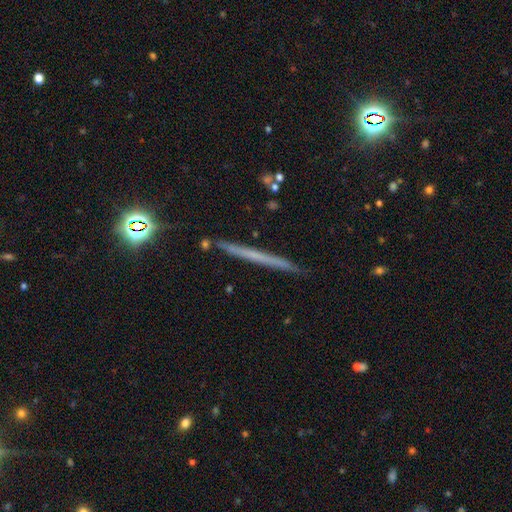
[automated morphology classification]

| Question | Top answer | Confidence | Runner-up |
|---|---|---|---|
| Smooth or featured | featured or disk | 53% | smooth (36%) |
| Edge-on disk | yes | 97% | no (3%) |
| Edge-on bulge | none | 89% | rounded (8%) |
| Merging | none | 90% | minor disturbance (7%) |